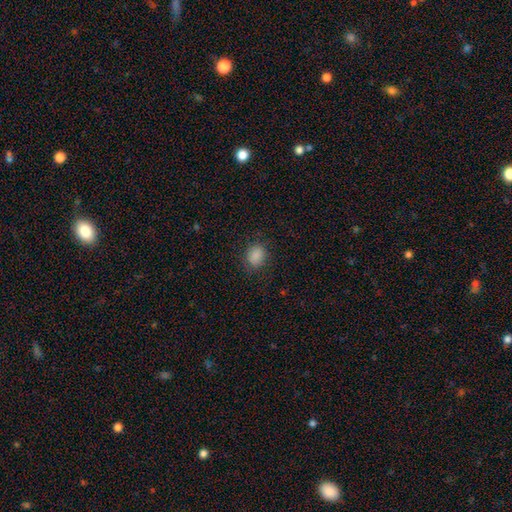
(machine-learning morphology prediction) Smooth or featured? Predicted: smooth (p=0.86). How rounded? Predicted: round (p=0.53). Merging? Predicted: none (p=0.83).